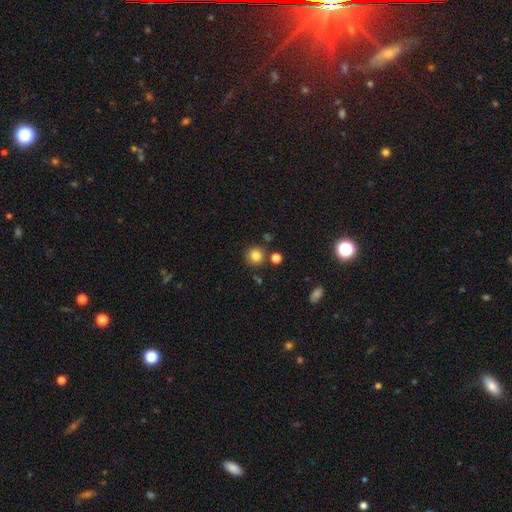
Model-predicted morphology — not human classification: smooth 81%, star or artifact 12%, featured or disk 6%. Down the decision tree: how rounded — round (92%); merging — none (83%).